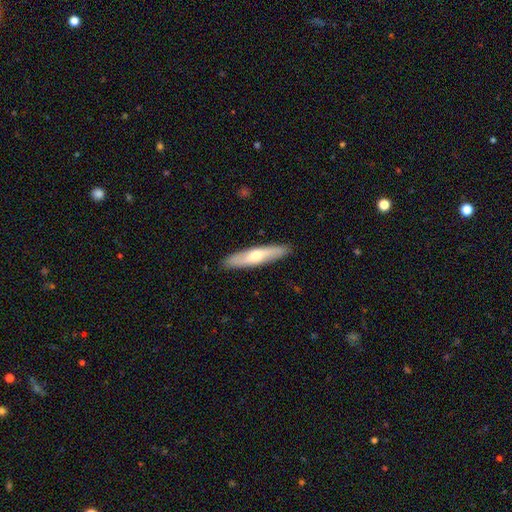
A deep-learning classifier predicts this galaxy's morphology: type=smooth (52%); roundness=cigar-shaped (81%); merging=none (90%).